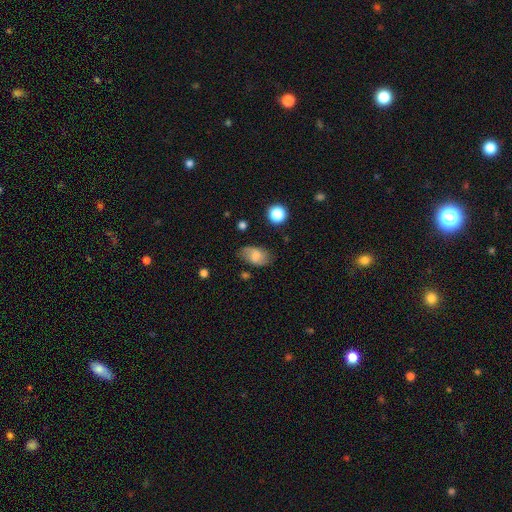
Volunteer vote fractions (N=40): Volunteers were most divided on "smooth or featured": smooth: 50%, featured or disk: 48%, star or artifact: 2%. More confident: how rounded — in between (95%); merging — none (67%).